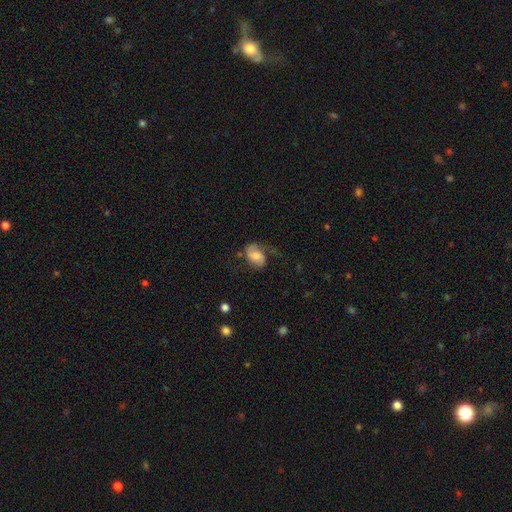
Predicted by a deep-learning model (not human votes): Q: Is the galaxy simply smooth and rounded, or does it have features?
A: featured or disk — 56%.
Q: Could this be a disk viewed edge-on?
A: no — 97%.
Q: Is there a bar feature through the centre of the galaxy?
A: no — 51%.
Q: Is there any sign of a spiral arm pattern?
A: yes — 89%.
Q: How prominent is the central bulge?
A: moderate — 41%.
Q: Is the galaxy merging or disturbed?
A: none — 47%.